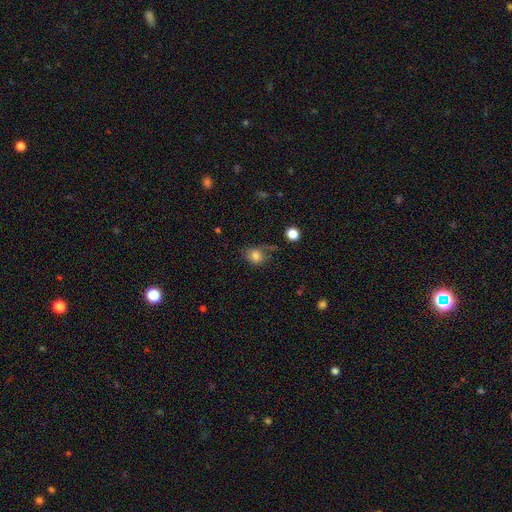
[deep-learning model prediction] Smooth or featured?
  - smooth: 78% *
  - star or artifact: 12%
  - featured or disk: 10%
How rounded?
  - round: 64% *
  - in between: 35%
  - cigar-shaped: 1%
Merging?
  - none: 54% *
  - minor disturbance: 26%
  - major disturbance: 14%
  - merger: 6%